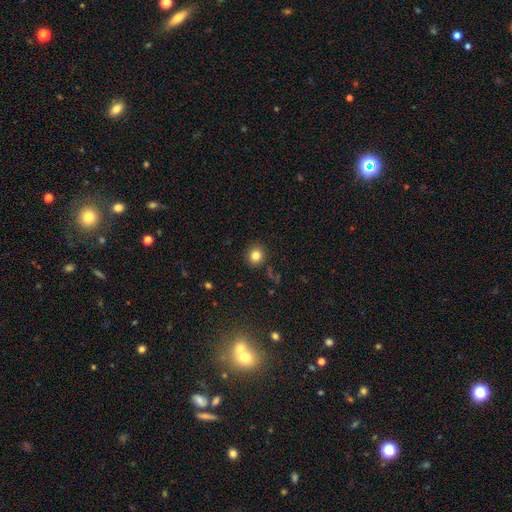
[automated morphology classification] This appears to be a smooth galaxy with no disk features (81%) that is round (86%). Merging: none (88%).